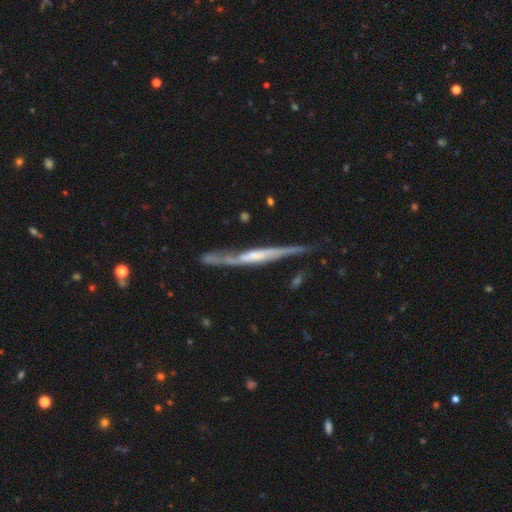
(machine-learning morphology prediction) type=featured or disk (75%); edge-on=yes (85%); edge-on bulge=none (46%); merging=none (60%).